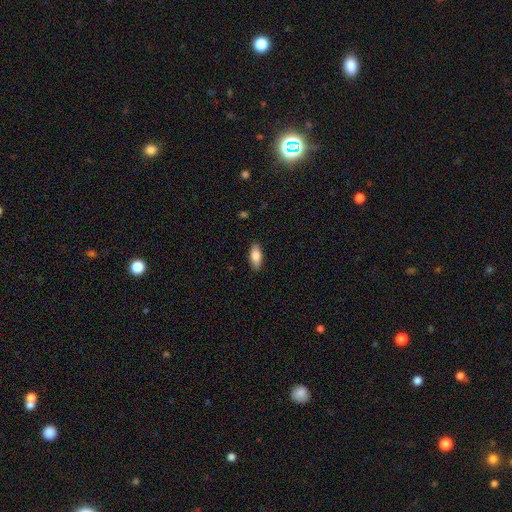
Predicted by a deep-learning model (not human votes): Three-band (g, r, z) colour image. It shows a smooth galaxy with no disk features (85%) that is in between round and cigar-shaped (88%). Merging: none (87%).